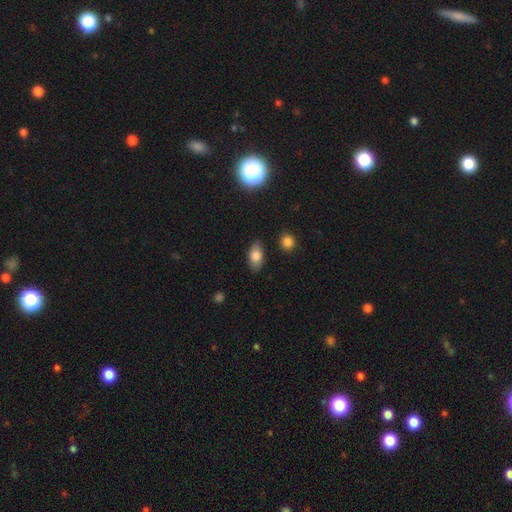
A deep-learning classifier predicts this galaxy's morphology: A smooth galaxy with no disk features (77%) that is in between round and cigar-shaped (88%). Merging: none (85%).